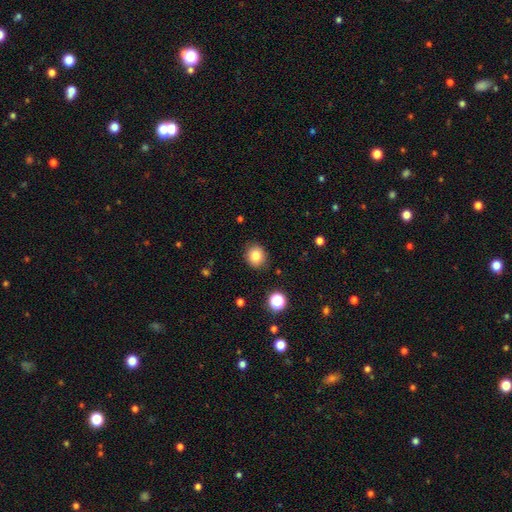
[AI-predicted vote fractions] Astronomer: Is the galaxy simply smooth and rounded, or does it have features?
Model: smooth — 82%.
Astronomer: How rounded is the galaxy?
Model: round — 77%.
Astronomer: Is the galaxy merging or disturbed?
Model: none — 87%.